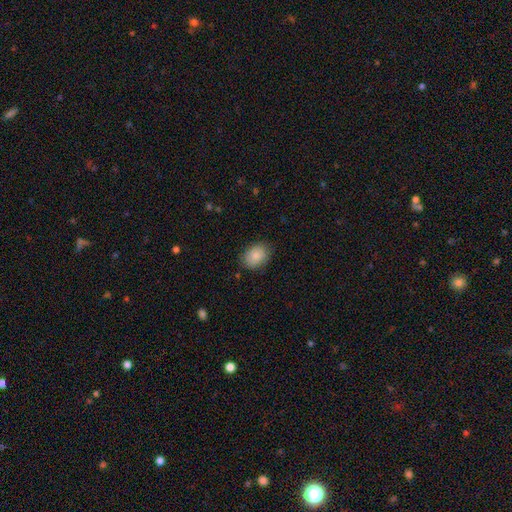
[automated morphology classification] A smooth galaxy with no disk features (85%) that is in between round and cigar-shaped (75%). Merging: none (80%).